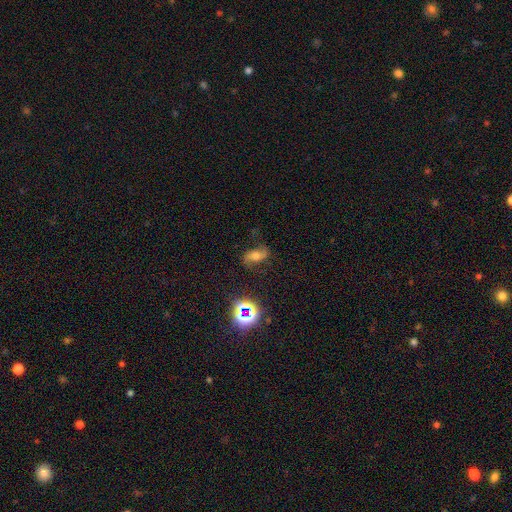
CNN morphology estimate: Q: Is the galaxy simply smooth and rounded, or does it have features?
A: featured or disk — 58%.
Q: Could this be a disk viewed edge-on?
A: no — 94%.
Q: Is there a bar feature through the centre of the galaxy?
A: no — 54%.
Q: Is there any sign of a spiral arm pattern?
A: yes — 90%.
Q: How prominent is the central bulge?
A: moderate — 50%.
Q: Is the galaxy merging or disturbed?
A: none — 73%.